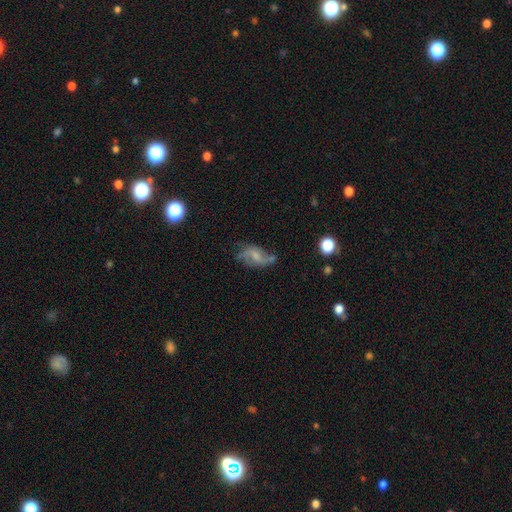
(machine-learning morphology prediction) The model was most divided on "bar": no: 45%, weak: 44%, strong: 10%. Remaining: edge-on disk — no (96%); spiral arms — yes (86%); spiral arm count — 2 (80%); smooth or featured — featured or disk (68%); spiral winding — loose (65%); merging — none (51%); bulge size — small (44%).